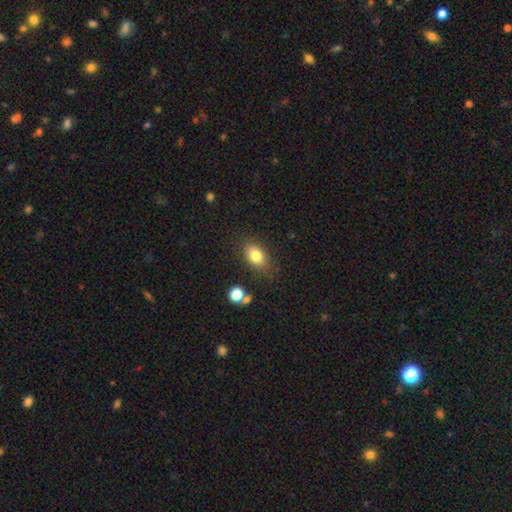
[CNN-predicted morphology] smooth-or-featured: smooth: 80% | featured or disk: 11% | star or artifact: 10%
  how-rounded: in between: 83% | round: 14% | cigar-shaped: 3%
  merging: none: 79% | minor disturbance: 14% | major disturbance: 4% | merger: 3%